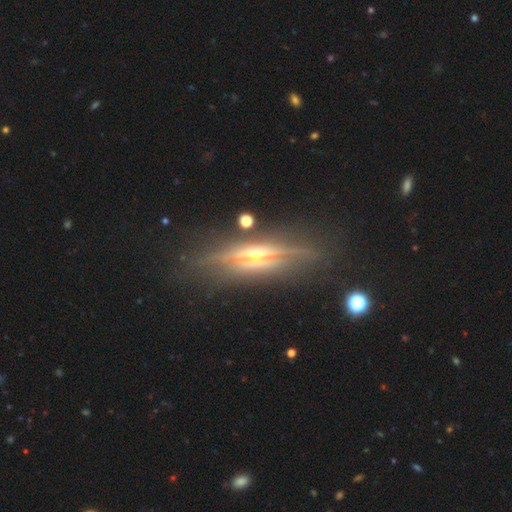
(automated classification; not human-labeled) smooth_or_featured: featured or disk (p=0.84) [alt: smooth p=0.10]
disk_edge_on: yes (p=0.93) [alt: no p=0.07]
edge_on_bulge: rounded (p=0.83) [alt: none p=0.11]
merging: none (p=0.81) [alt: minor disturbance p=0.12]